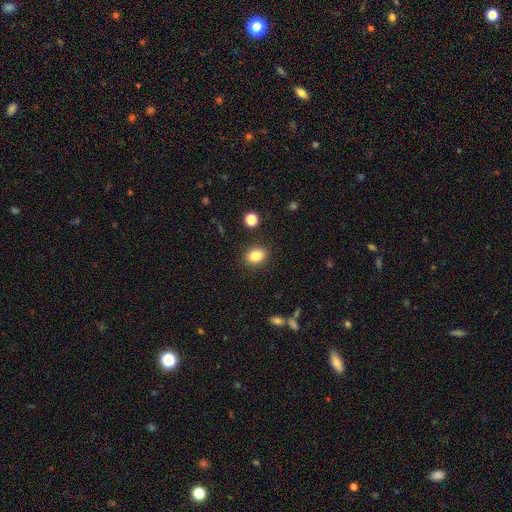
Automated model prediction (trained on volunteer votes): Smooth or featured? Predicted: smooth (p=0.85). How rounded? Predicted: in between (p=0.67). Merging? Predicted: none (p=0.88).